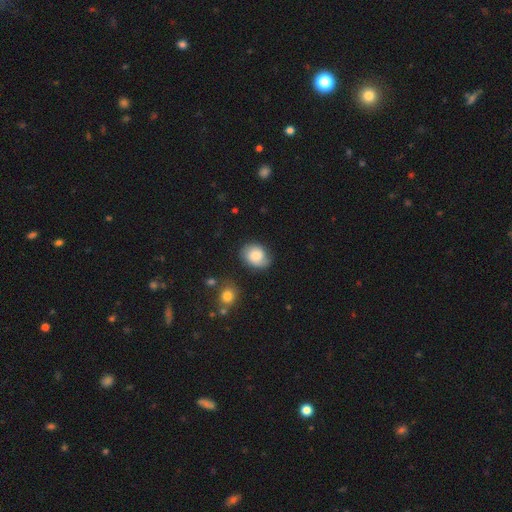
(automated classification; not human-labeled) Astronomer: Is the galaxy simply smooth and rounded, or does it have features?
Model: smooth — 64%.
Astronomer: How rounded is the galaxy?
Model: in between — 53% (runner-up: round, 46%).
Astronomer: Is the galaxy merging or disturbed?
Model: none — 71%.